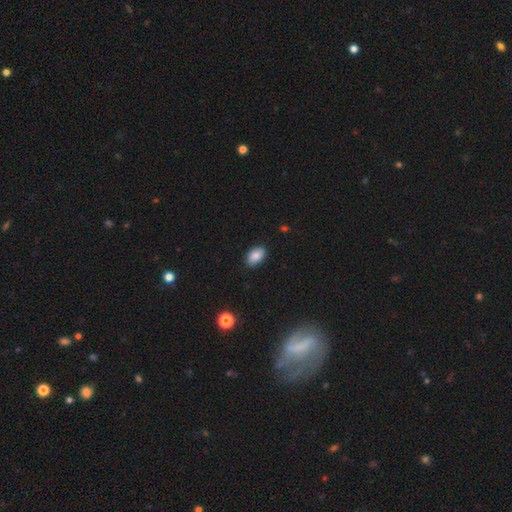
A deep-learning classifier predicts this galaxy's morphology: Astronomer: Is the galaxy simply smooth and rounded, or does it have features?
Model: smooth — 86%.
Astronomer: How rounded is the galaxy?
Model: in between — 91%.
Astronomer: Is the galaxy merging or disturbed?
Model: none — 87%.